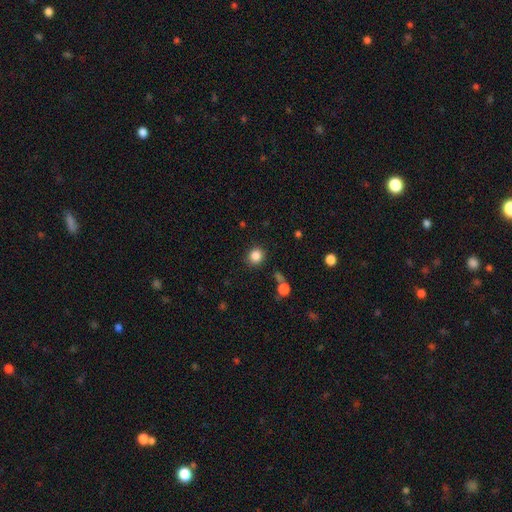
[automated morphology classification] Overall: smooth (85%). How rounded: round (86%). Merging: none (87%).